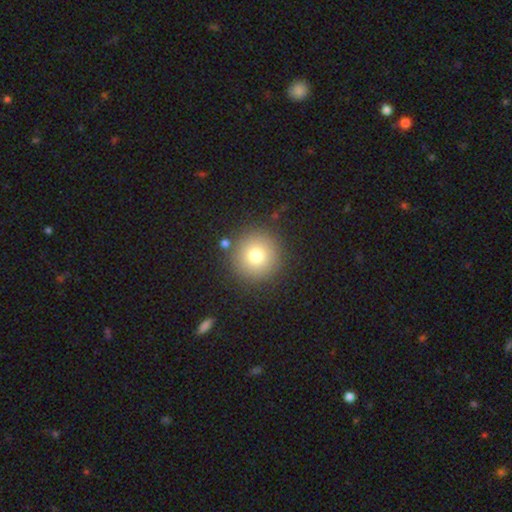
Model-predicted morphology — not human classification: type=smooth (77%); roundness=round (95%); merging=none (87%).